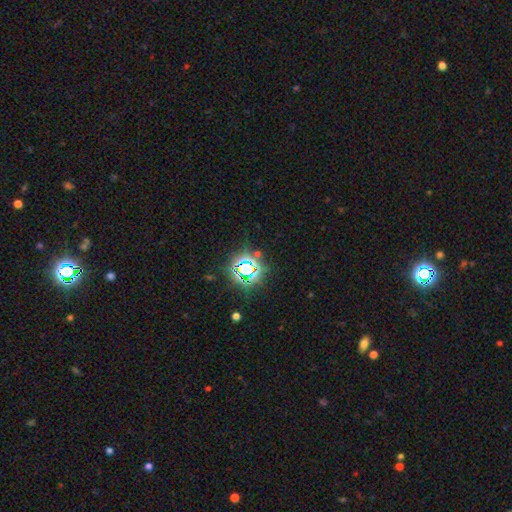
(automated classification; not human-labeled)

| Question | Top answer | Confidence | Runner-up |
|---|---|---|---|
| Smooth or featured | star or artifact | 78% | smooth (15%) |